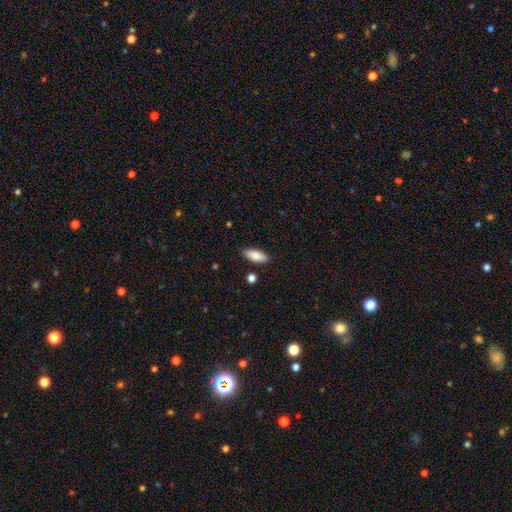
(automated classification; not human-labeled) Smooth or featured?
  - smooth: 86% *
  - featured or disk: 8%
  - star or artifact: 6%
How rounded?
  - in between: 78% *
  - cigar-shaped: 20%
  - round: 2%
Merging?
  - none: 86% *
  - minor disturbance: 10%
  - merger: 2%
  - major disturbance: 2%